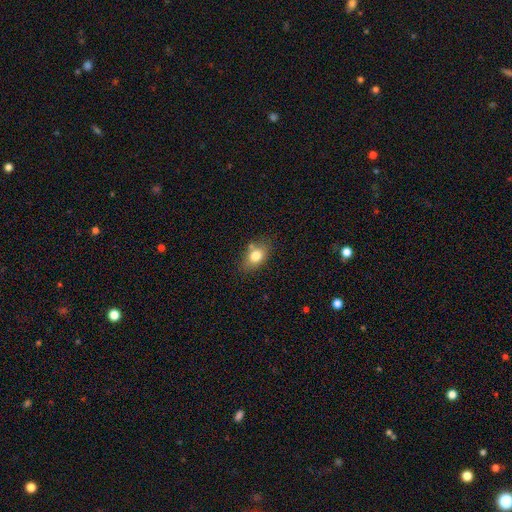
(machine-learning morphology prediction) smooth 78%, featured or disk 13%, star or artifact 9%. Down the decision tree: how rounded — in between (78%); merging — none (69%).